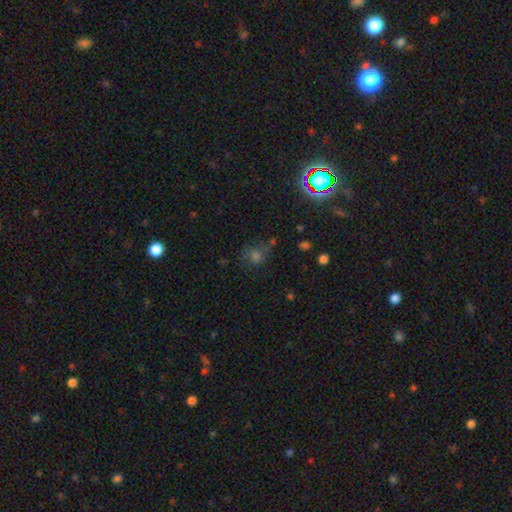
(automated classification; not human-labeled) smooth-or-featured: smooth: 50% | star or artifact: 36% | featured or disk: 14%
  merging: none: 62% | minor disturbance: 20% | major disturbance: 11% | merger: 7%